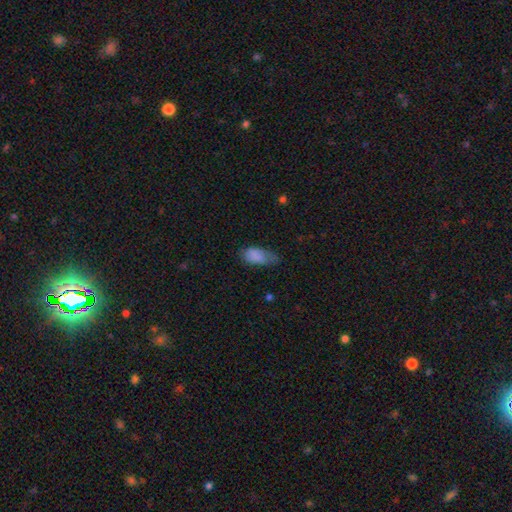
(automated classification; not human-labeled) The model was most divided on "merging": none: 45%, minor disturbance: 38%, major disturbance: 15%, merger: 2%. More confident: how rounded — in between (91%); smooth or featured — smooth (81%).